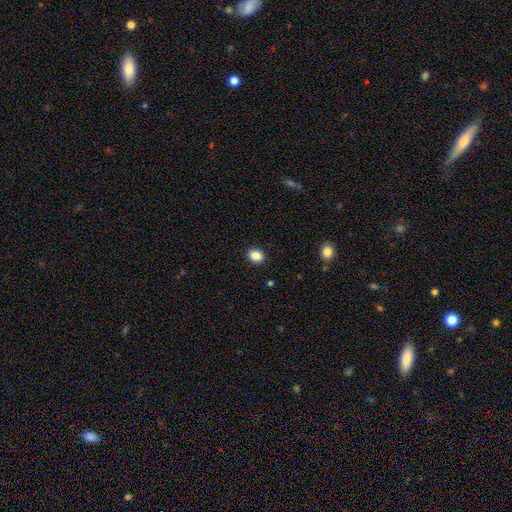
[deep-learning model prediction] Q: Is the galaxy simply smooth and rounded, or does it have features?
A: smooth — 87%.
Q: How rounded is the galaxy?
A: in between — 54%.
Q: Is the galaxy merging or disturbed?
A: none — 90%.